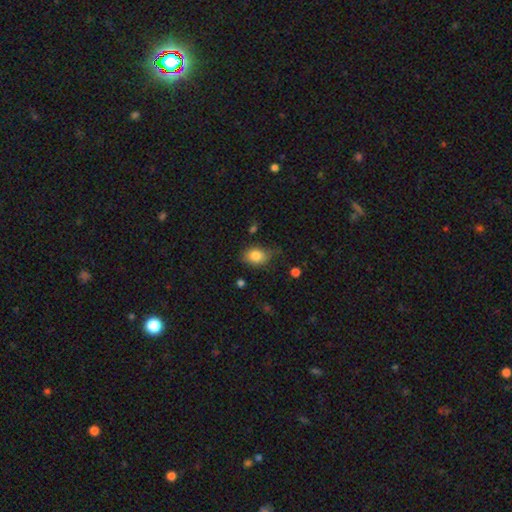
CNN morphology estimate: Smooth or featured?
  - smooth: 84% *
  - star or artifact: 9%
  - featured or disk: 8%
How rounded?
  - in between: 73% *
  - round: 26%
  - cigar-shaped: 1%
Merging?
  - none: 68% *
  - minor disturbance: 25%
  - major disturbance: 5%
  - merger: 2%